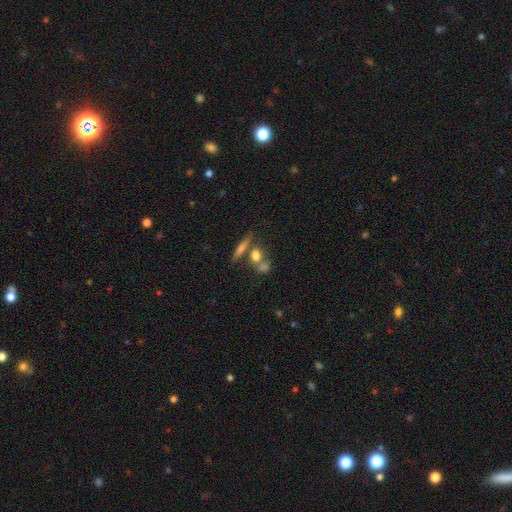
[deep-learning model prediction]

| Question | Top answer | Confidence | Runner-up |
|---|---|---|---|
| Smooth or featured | smooth | 70% | featured or disk (20%) |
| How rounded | in between | 37% | tied: round (37%) |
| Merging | none | 49% | merger (34%) |